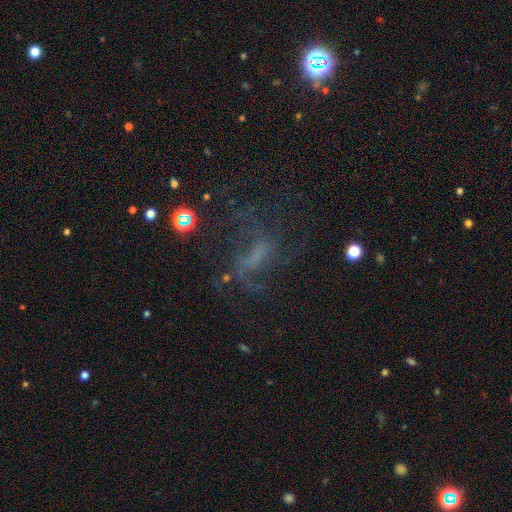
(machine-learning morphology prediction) A featured or disk galaxy (49%). Merging: none (47%).